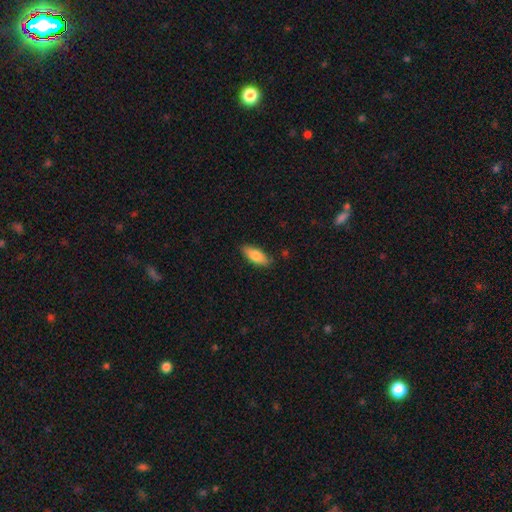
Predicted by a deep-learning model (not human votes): The model was most divided on "how rounded": in between: 72%, cigar-shaped: 26%, round: 2%. More confident: merging — none (84%); smooth or featured — smooth (79%).